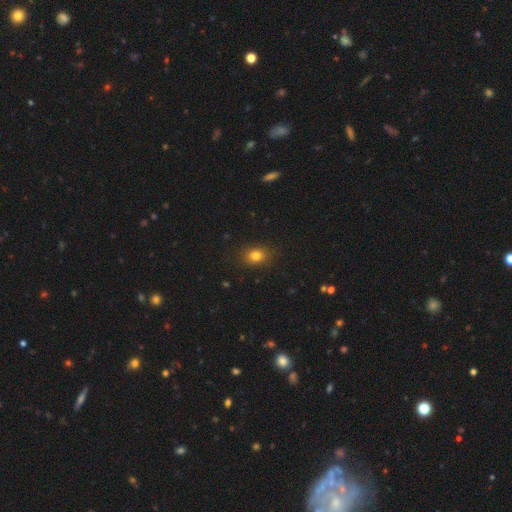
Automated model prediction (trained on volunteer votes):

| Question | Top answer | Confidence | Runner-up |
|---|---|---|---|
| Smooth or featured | smooth | 80% | star or artifact (13%) |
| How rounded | in between | 50% | round (49%) |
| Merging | none | 87% | minor disturbance (9%) |